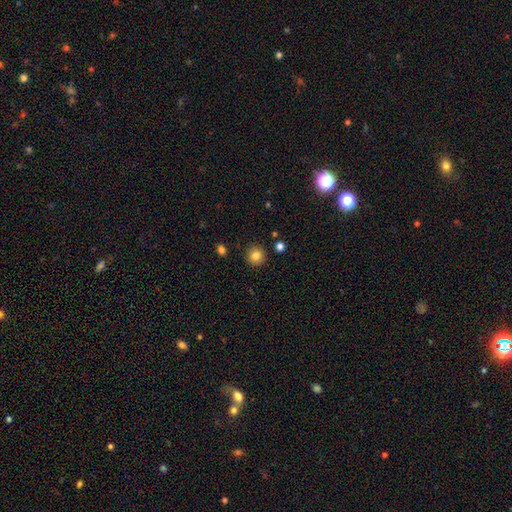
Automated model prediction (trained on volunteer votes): This appears to be a smooth galaxy with no disk features (83%) that is round (93%). Merging: none (90%).